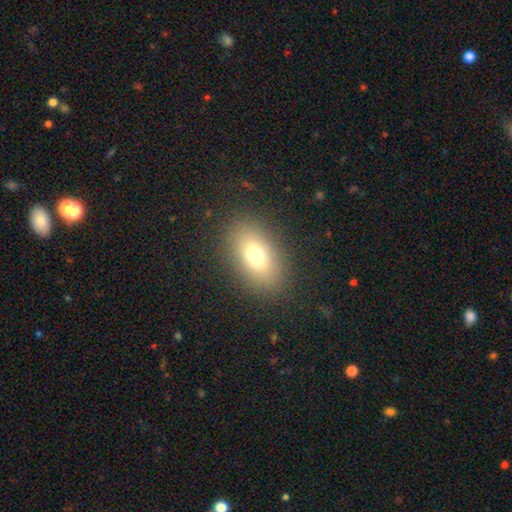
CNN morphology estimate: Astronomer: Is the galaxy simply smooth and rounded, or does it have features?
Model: smooth — 75%.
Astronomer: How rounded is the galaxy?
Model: in between — 85%.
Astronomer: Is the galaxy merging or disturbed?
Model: none — 86%.